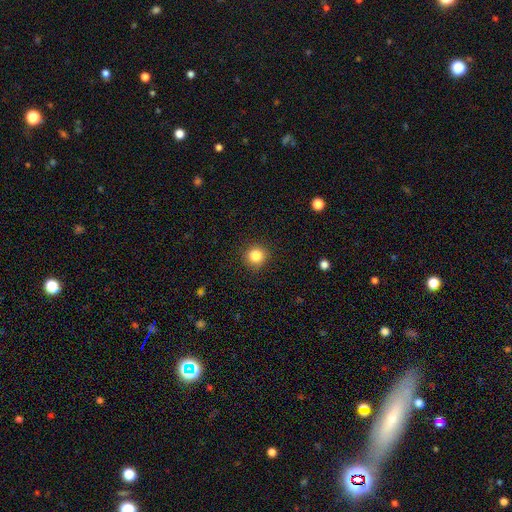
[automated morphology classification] Smooth or featured? smooth (84%)
How rounded? round (93%)
Merging? none (91%)